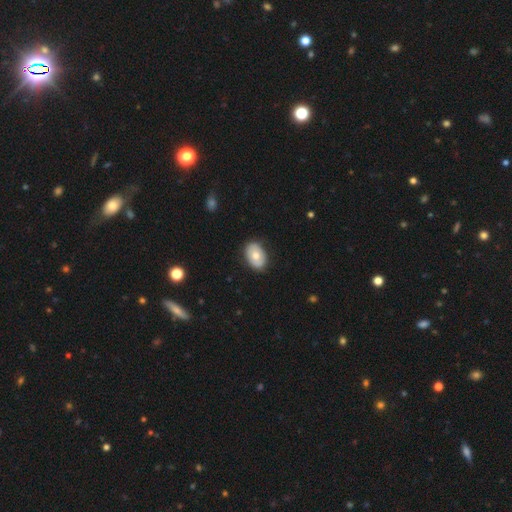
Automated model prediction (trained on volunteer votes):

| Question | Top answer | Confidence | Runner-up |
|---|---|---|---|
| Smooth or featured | smooth | 65% | featured or disk (28%) |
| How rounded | in between | 85% | round (14%) |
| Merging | none | 85% | minor disturbance (12%) |